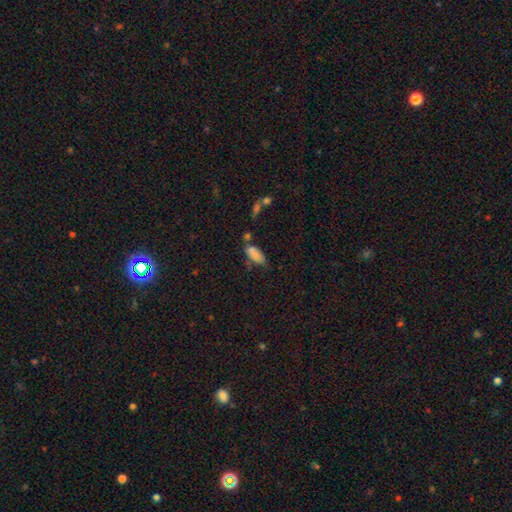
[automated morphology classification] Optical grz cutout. It shows a smooth galaxy with no disk features (81%) that is in between round and cigar-shaped (84%). Merging: none (49%).